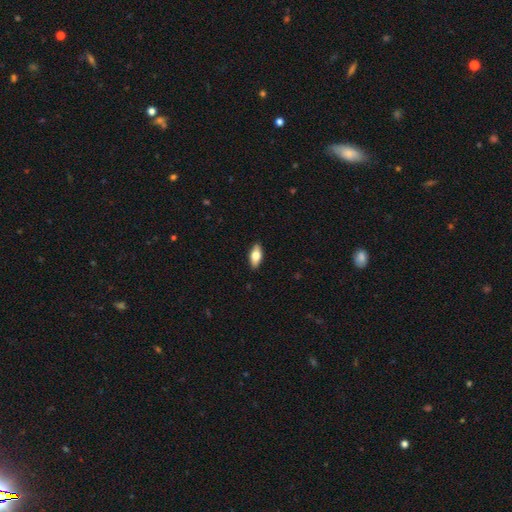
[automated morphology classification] This appears to be a smooth galaxy with no disk features (68%) that is in between round and cigar-shaped (84%). Merging: none (89%).